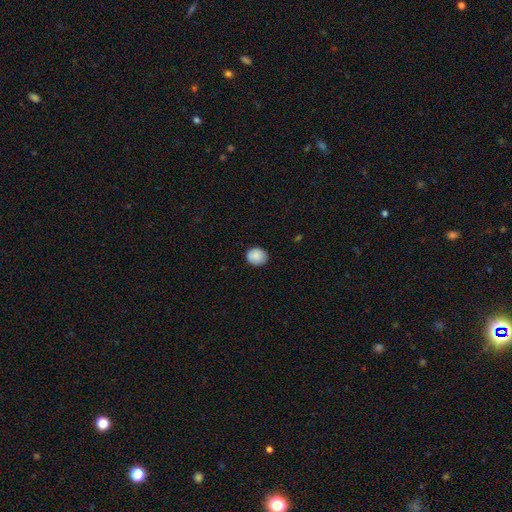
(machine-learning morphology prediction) Overall: smooth (88%). How rounded: round (76%). Merging: none (86%).